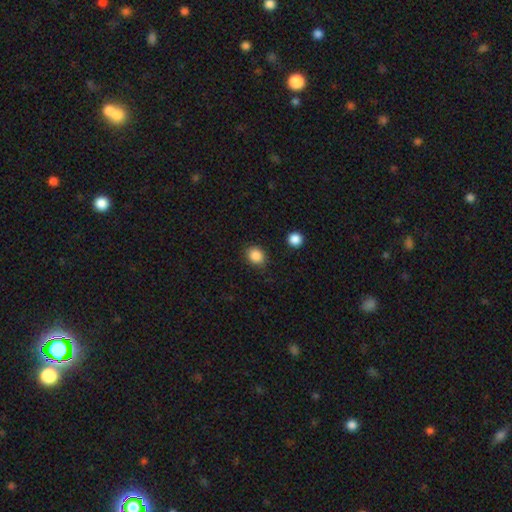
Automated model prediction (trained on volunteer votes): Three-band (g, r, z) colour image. It shows a smooth galaxy with no disk features (87%) that is round (62%). Merging: none (86%).